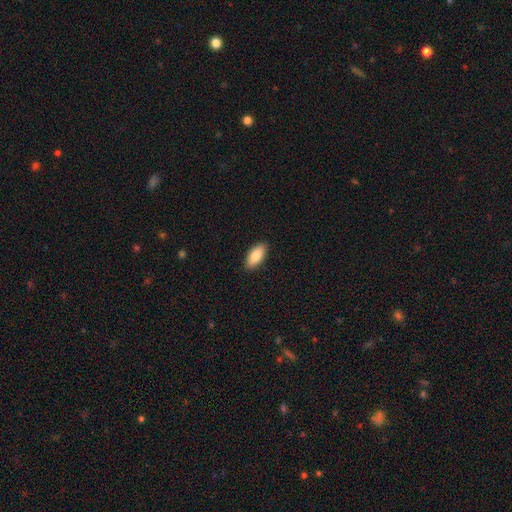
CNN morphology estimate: Smooth or featured? Predicted: smooth (p=0.85). How rounded? Predicted: in between (p=0.89). Merging? Predicted: none (p=0.90).